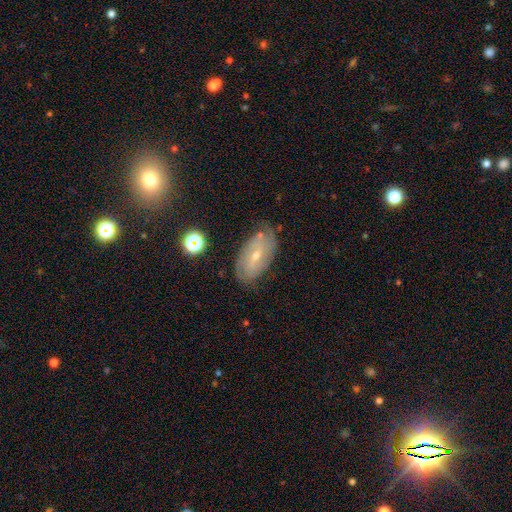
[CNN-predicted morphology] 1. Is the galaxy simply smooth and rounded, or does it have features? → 64% featured or disk, 25% smooth, 11% star or artifact.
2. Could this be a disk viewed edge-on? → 91% no, 9% yes.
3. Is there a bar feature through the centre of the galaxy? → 46% weak, 37% no, 16% strong.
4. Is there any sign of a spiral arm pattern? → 78% yes, 22% no.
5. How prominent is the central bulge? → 65% small, 32% moderate, 1% none, 1% large, 1% dominant.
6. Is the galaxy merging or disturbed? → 76% none, 18% minor disturbance, 4% major disturbance, 2% merger.